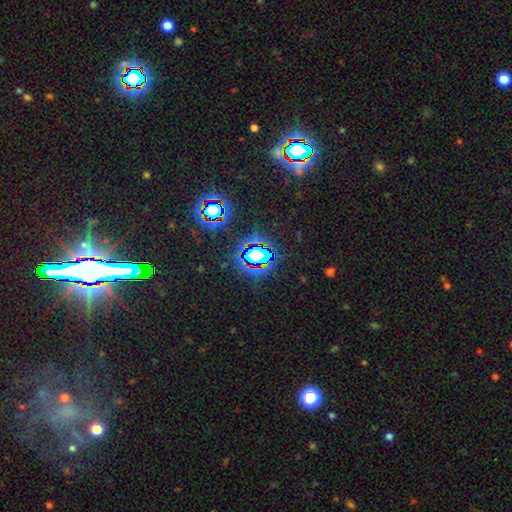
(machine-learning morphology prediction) type=star or artifact (74%).